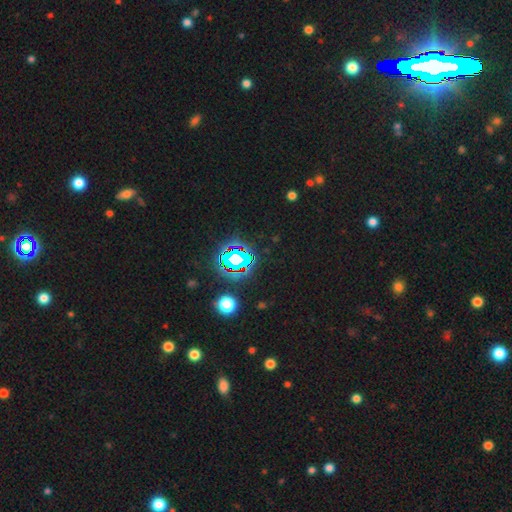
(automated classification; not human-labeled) Smooth or featured?
  - star or artifact: 82% *
  - smooth: 11%
  - featured or disk: 7%